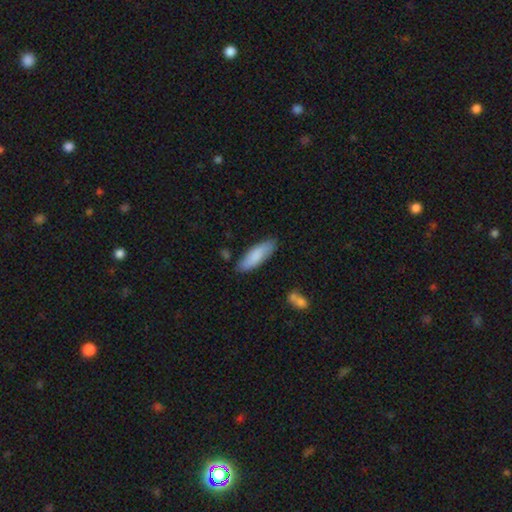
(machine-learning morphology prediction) Q: Smooth or featured?
A: smooth (83%); runner-up: featured or disk (12%)
Q: How rounded?
A: in between (51%); runner-up: cigar-shaped (48%)
Q: Merging?
A: none (83%); runner-up: minor disturbance (13%)